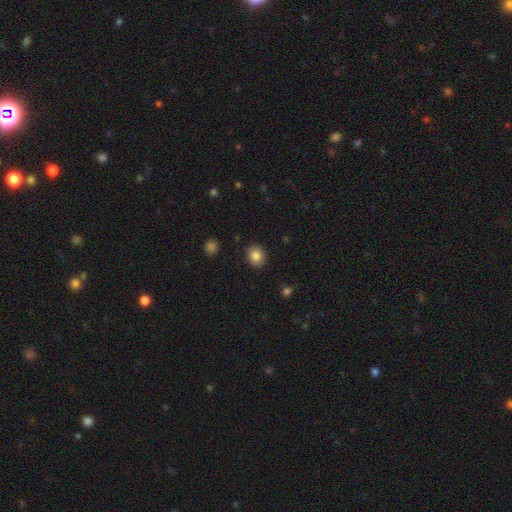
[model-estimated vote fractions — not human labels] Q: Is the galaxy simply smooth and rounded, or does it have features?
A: smooth — 85%.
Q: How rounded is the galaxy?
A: round — 58%.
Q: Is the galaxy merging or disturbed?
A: none — 88%.